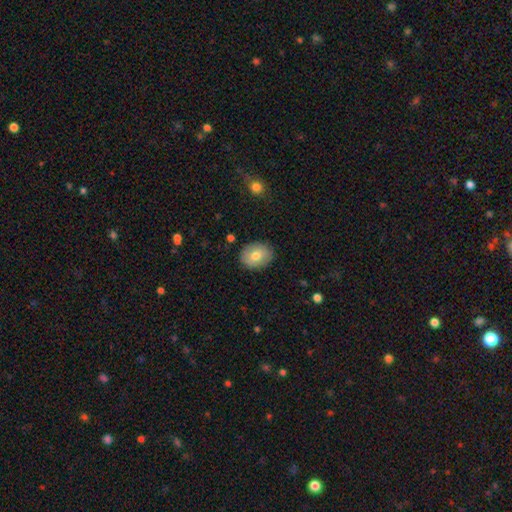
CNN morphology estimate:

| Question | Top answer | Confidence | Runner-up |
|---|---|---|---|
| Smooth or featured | smooth | 73% | featured or disk (20%) |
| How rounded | in between | 53% | round (46%) |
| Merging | none | 87% | minor disturbance (10%) |